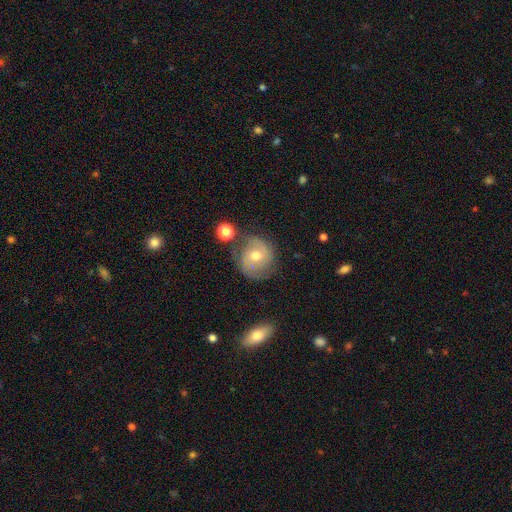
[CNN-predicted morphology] This is possibly a featured or disk galaxy (58%). It is clearly not viewed edge-on (97%). Bar: likely no (61%). Spiral arm pattern: clearly yes (83%). Central bulge: likely moderate (70%). Merging: likely none (68%).